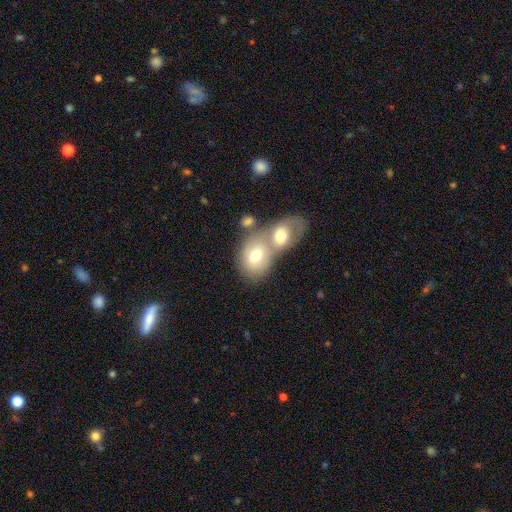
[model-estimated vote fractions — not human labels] Q: Smooth or featured?
A: smooth (64%); runner-up: featured or disk (27%)
Q: How rounded?
A: in between (64%); runner-up: round (35%)
Q: Merging?
A: merger (63%); runner-up: none (25%)